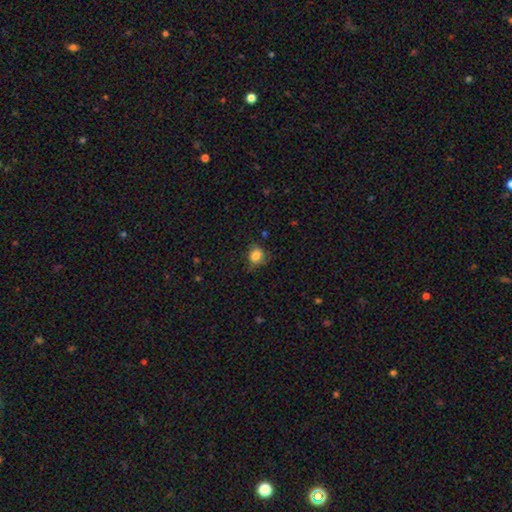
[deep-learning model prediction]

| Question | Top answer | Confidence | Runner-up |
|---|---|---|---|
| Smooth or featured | smooth | 82% | star or artifact (11%) |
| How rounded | round | 60% | in between (39%) |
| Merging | none | 64% | minor disturbance (27%) |